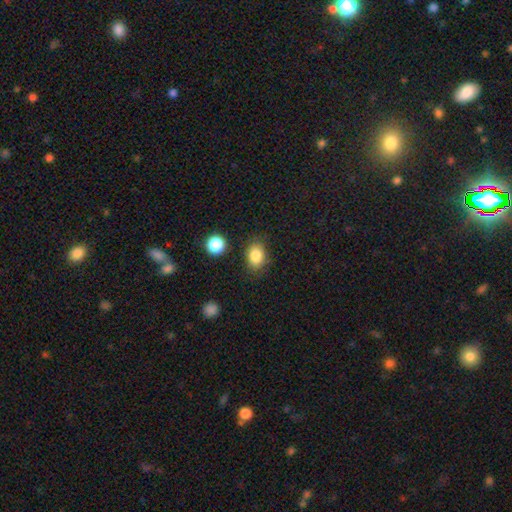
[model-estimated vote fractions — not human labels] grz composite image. It shows a smooth galaxy with no disk features (84%) that is in between round and cigar-shaped (70%). Merging: none (78%).